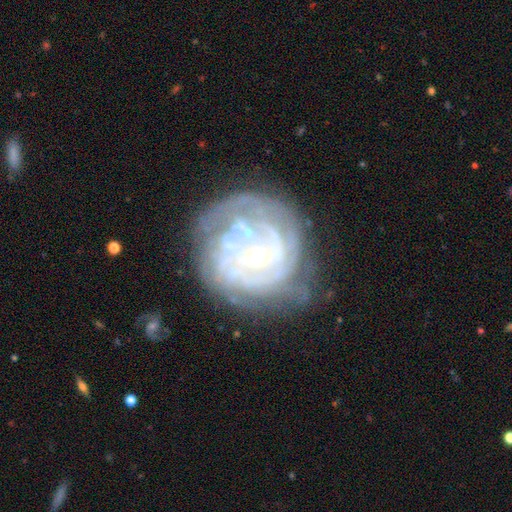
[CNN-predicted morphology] Smooth or featured: featured or disk — 81% (smooth — 11%)
Edge-on disk: no — 97% (yes — 3%)
Bar: no — 75% (weak — 19%)
Spiral arms: yes — 84% (no — 16%)
Spiral winding: tight — 74% (medium — 19%)
Spiral arm count: can't tell — 45% (3 — 15%)
Bulge size: small — 65% (moderate — 30%)
Merging: none — 60% (minor disturbance — 22%)